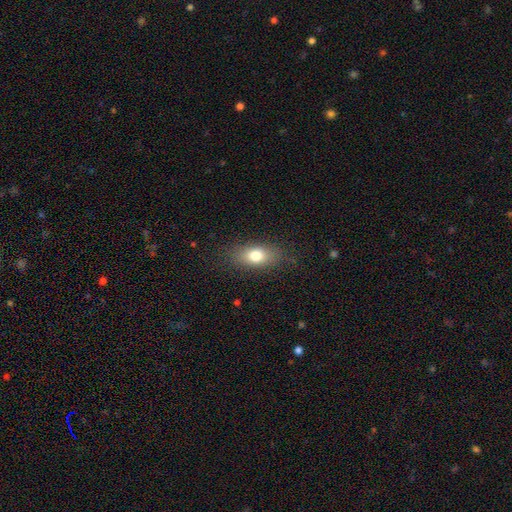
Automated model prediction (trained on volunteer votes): A smooth galaxy with no disk features (77%) that is in between round and cigar-shaped (79%).

Vote fractions:
- Smooth or featured? smooth: 77% / featured or disk: 14% / star or artifact: 10%
- How rounded? in between: 79% / round: 13% / cigar-shaped: 8%
- Merging? none: 82% / minor disturbance: 13% / major disturbance: 5% / merger: 1%